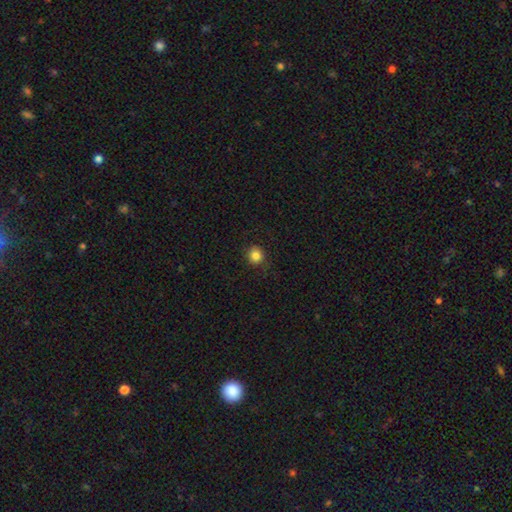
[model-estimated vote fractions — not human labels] A smooth galaxy with no disk features (84%) that is round (90%). Merging: none (87%).